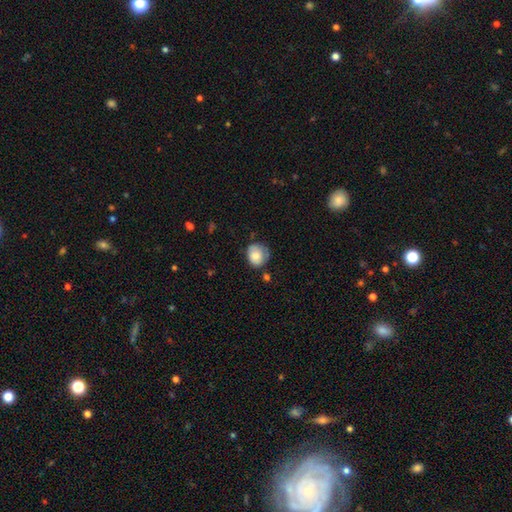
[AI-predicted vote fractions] Morphology: type=smooth (74%); roundness=round (73%); merging=none (54%).